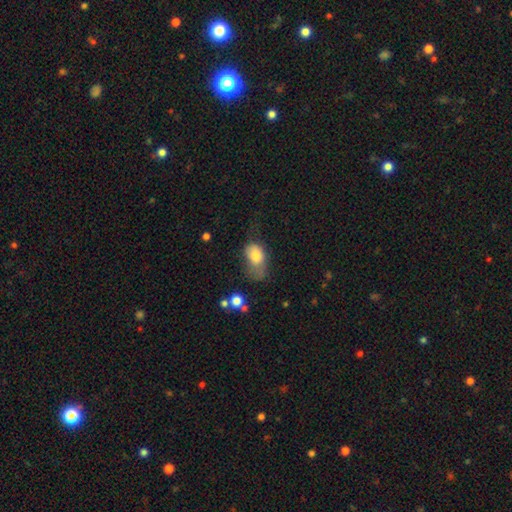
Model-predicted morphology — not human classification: Smooth or featured? Predicted: smooth (p=0.75). How rounded? Predicted: in between (p=0.82). Merging? Predicted: major disturbance (p=0.37).